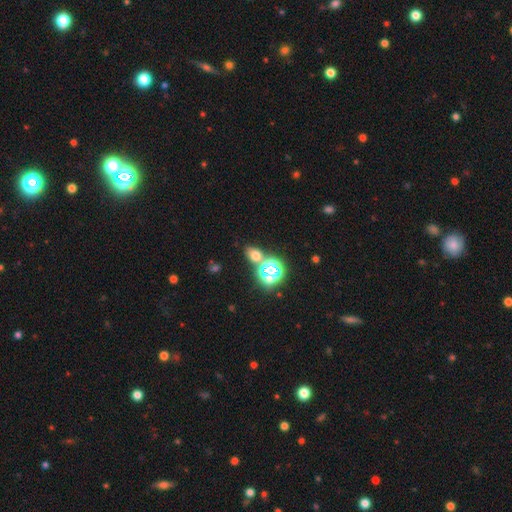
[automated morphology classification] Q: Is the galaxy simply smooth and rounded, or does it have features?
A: smooth — 57%.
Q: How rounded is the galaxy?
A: in between — 57%.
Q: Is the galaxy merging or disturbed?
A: none — 66%.